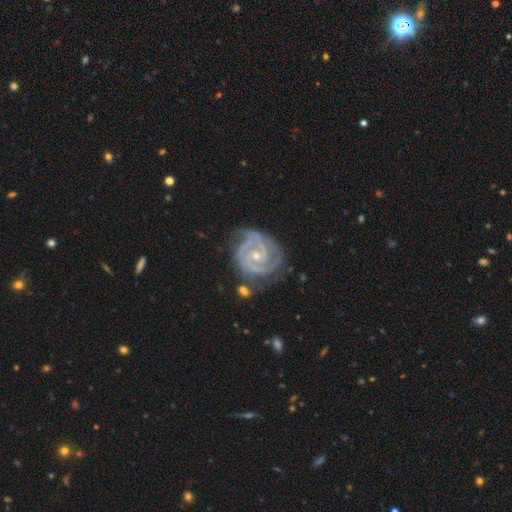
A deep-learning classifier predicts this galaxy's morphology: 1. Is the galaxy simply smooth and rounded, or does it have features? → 92% featured or disk, 4% star or artifact, 4% smooth.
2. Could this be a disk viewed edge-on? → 98% no, 2% yes.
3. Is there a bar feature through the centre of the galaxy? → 61% no, 29% weak, 10% strong.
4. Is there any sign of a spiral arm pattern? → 98% yes, 2% no.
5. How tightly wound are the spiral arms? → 75% tight, 22% medium, 3% loose.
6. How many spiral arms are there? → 46% 2, 32% 3, 9% can't tell, 6% 4, 4% 1, 4% more than 4.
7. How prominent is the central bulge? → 62% small, 35% moderate, 1% none, 1% large, 1% dominant.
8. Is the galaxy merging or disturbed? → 66% none, 23% minor disturbance, 7% major disturbance, 4% merger.